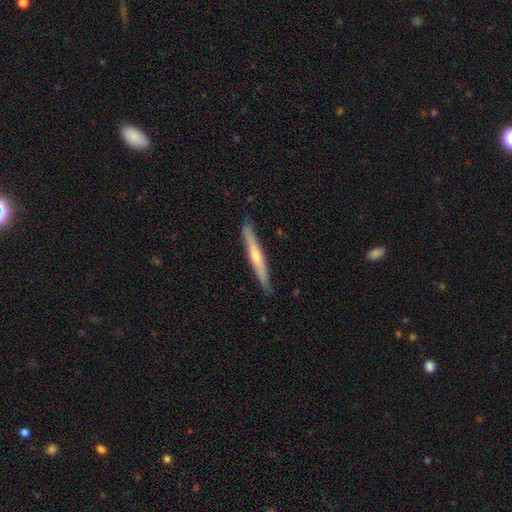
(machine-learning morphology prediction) The model was most divided on "smooth or featured": featured or disk: 60%, smooth: 34%, star or artifact: 5%. More confident: edge-on disk — yes (95%); merging — none (87%); edge-on bulge — rounded (77%).